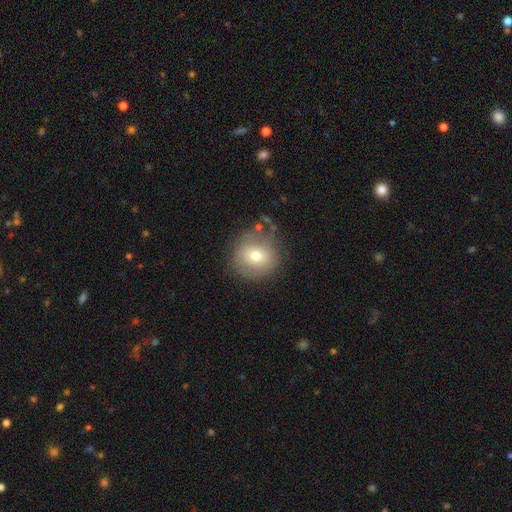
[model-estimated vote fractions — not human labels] Smooth or featured? Predicted: smooth (p=0.67). How rounded? Predicted: round (p=0.92). Merging? Predicted: none (p=0.75).